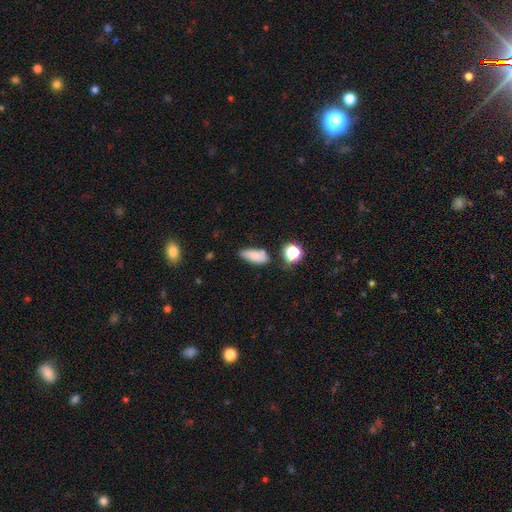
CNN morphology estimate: Overall: smooth (76%). How rounded: in between (77%). Merging: none (57%; minor disturbance 27%).